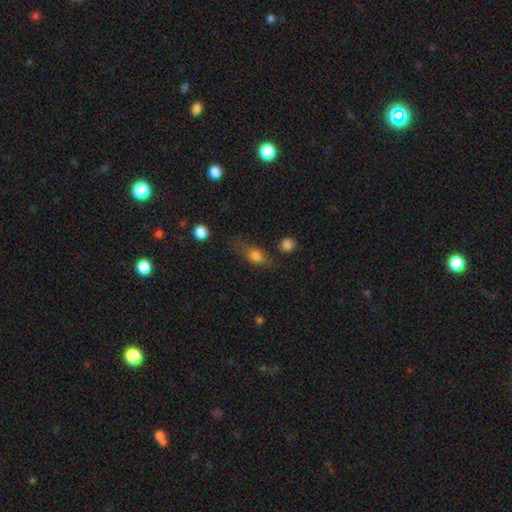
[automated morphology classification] Overall: smooth (72%). How rounded: in between (64%). Merging: none (59%; minor disturbance 25%).